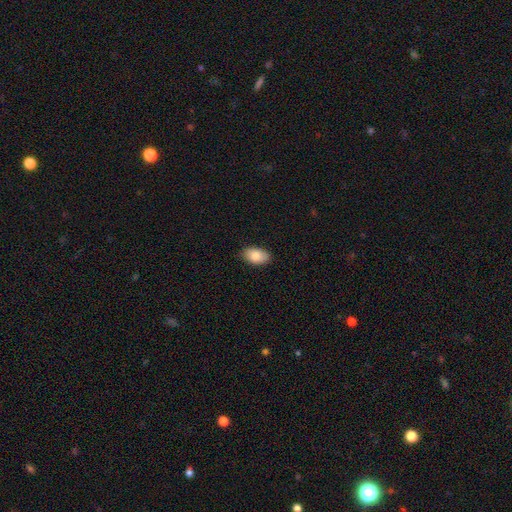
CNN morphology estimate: Q: Smooth or featured?
A: smooth (86%); runner-up: featured or disk (8%)
Q: How rounded?
A: in between (93%); runner-up: round (6%)
Q: Merging?
A: none (84%); runner-up: minor disturbance (13%)